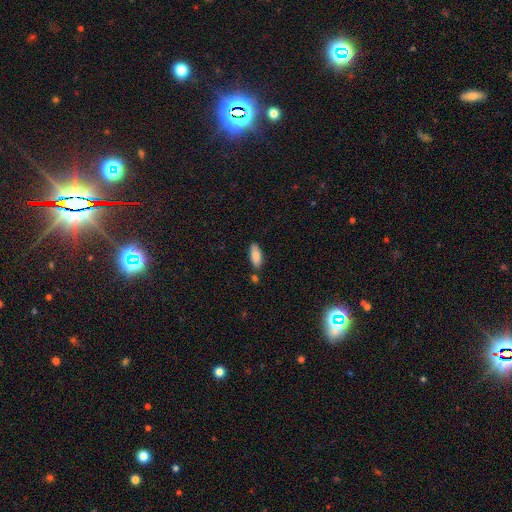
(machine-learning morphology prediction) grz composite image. It shows a smooth galaxy with no disk features (84%) that is in between round and cigar-shaped (76%). Merging: none (77%).